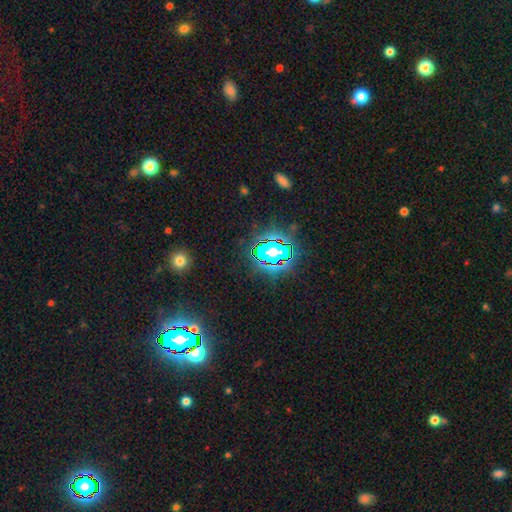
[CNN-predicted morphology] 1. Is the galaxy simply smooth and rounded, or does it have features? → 82% star or artifact, 11% smooth, 8% featured or disk.